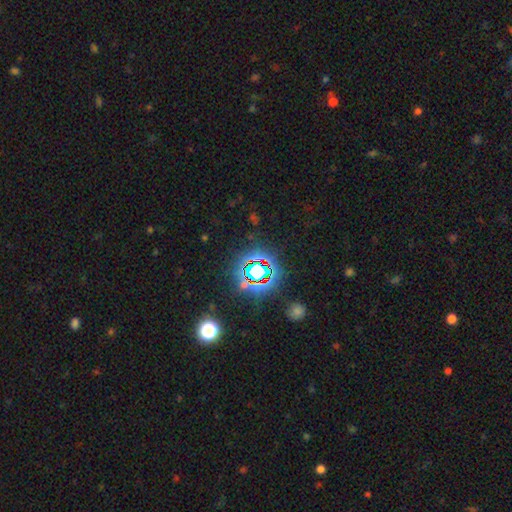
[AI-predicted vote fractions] This is likely a star or artifact rather than a galaxy (78%).